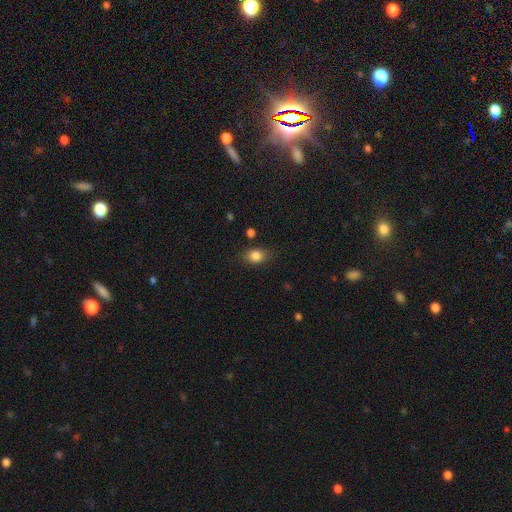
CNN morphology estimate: This is clearly a smooth galaxy (83%). How rounded: likely in between (67%). Merging: likely none (79%).